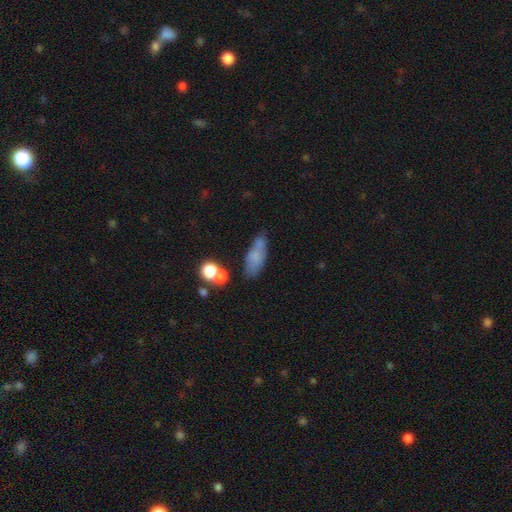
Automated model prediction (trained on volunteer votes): smooth 66%, featured or disk 21%, star or artifact 13%. Down the decision tree: how rounded — in between (70%); merging — none (49%).